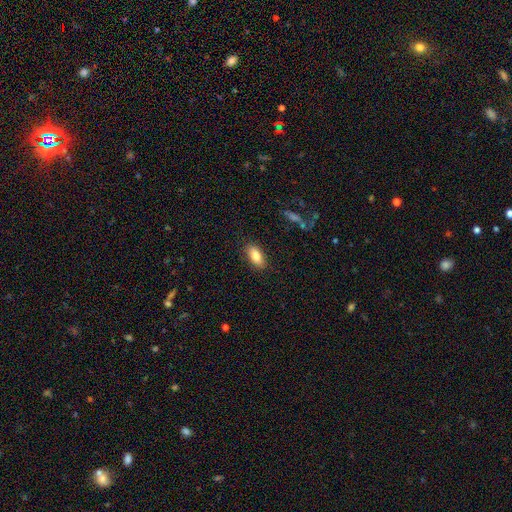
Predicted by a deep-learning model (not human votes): The model was most divided on "smooth or featured": smooth: 83%, featured or disk: 9%, star or artifact: 7%. More confident: how rounded — in between (89%); merging — none (87%).